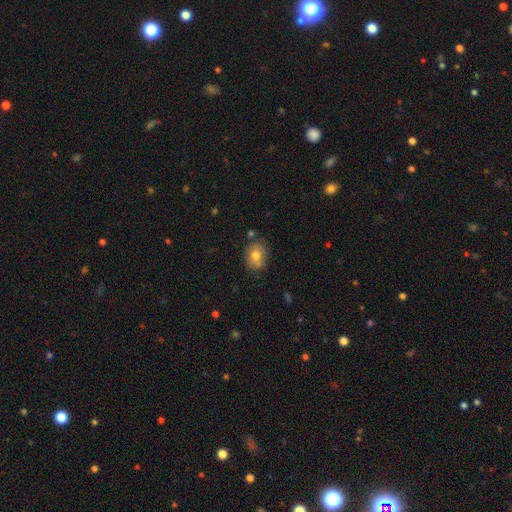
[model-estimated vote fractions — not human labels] This appears to be a smooth galaxy with no disk features (71%) that is in between round and cigar-shaped (57%). Merging: none (71%).